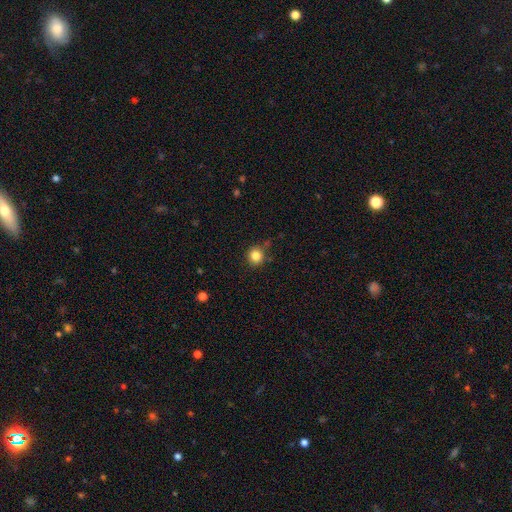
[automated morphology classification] Smooth or featured? Predicted: smooth (p=0.84). How rounded? Predicted: round (p=0.93). Merging? Predicted: none (p=0.83).